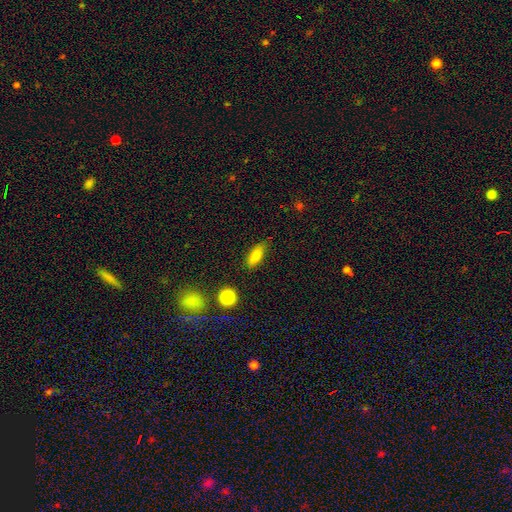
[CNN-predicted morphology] smooth 79%, featured or disk 11%, star or artifact 10%. Down the decision tree: how rounded — in between (67%); merging — none (83%).